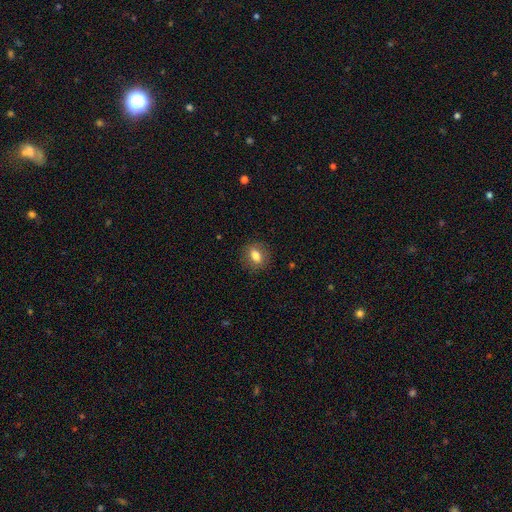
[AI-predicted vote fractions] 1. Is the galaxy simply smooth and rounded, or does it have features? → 76% smooth, 15% featured or disk, 9% star or artifact.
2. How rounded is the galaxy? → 52% in between, 46% round, 2% cigar-shaped.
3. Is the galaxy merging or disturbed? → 85% none, 11% minor disturbance, 4% major disturbance, 1% merger.